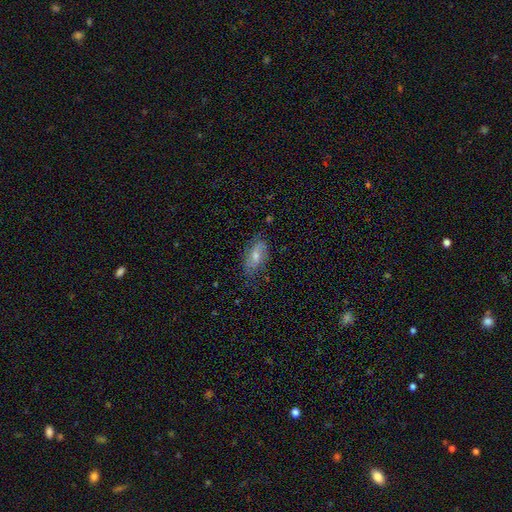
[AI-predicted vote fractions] smooth 50%, featured or disk 42%, star or artifact 8%. Down the decision tree: how rounded — in between (87%); merging — none (72%).